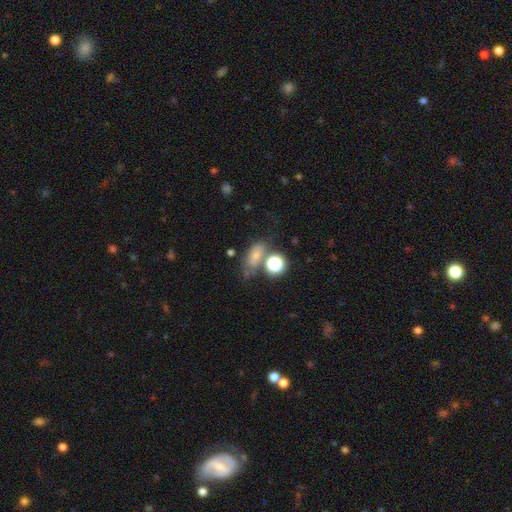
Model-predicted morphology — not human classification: Q: Smooth or featured?
A: smooth (65%); runner-up: star or artifact (19%)
Q: How rounded?
A: in between (69%); runner-up: round (24%)
Q: Merging?
A: none (49%); runner-up: minor disturbance (20%)